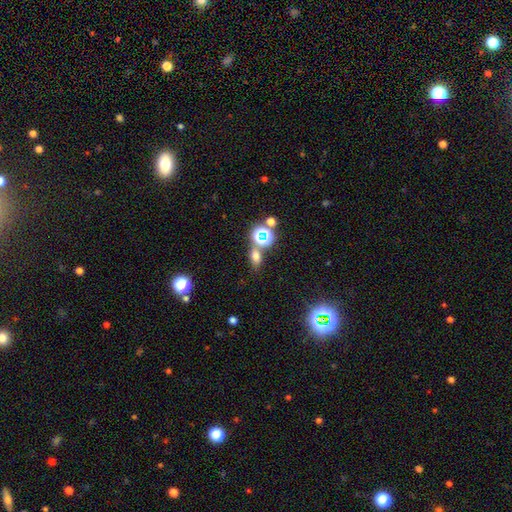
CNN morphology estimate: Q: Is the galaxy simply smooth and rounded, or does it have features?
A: smooth — 62%.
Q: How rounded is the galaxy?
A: in between — 68%.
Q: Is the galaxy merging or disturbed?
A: none — 68%.